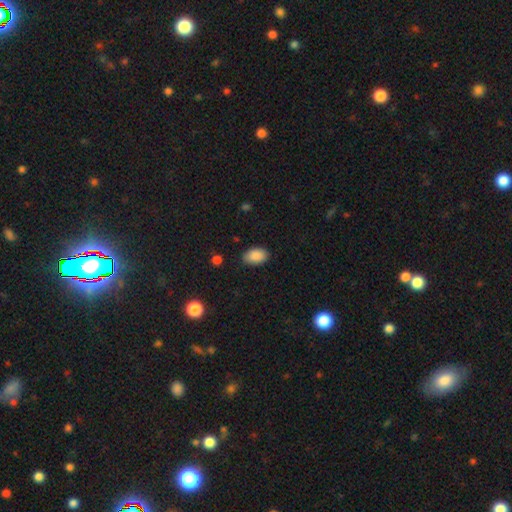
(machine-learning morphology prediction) Smooth or featured: smooth — 88% (star or artifact — 7%)
How rounded: in between — 91% (round — 7%)
Merging: none — 86% (minor disturbance — 11%)